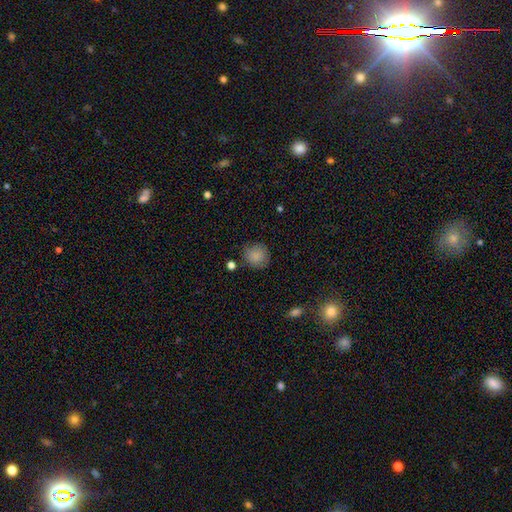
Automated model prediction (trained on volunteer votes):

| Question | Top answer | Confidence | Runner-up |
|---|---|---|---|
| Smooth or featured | smooth | 86% | star or artifact (9%) |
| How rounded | round | 88% | in between (11%) |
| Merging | none | 79% | minor disturbance (14%) |